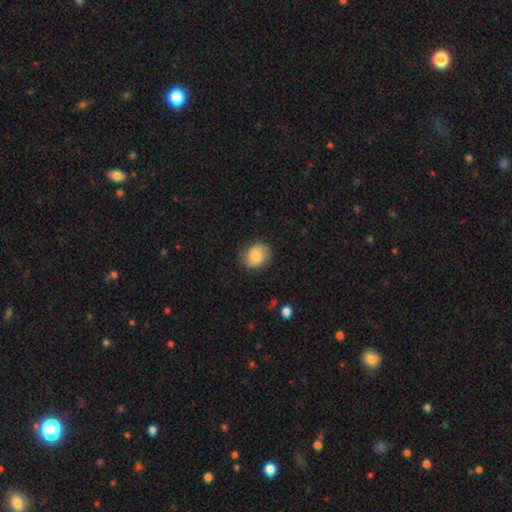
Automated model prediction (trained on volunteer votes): Morphology: type=smooth (73%); roundness=round (61%); merging=none (78%).